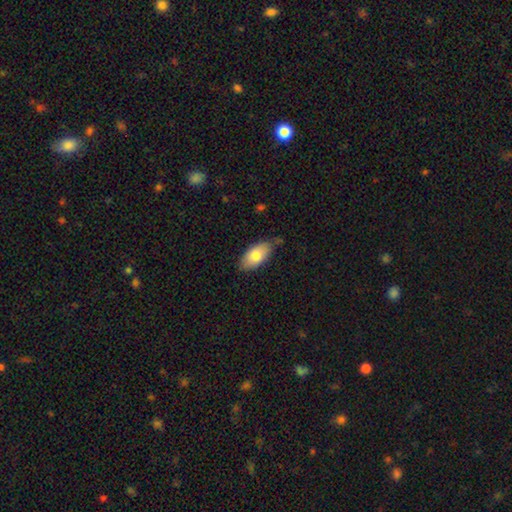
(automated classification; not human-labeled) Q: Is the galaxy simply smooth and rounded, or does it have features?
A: smooth — 79%.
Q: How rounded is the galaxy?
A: in between — 93%.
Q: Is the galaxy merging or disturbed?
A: none — 73%.